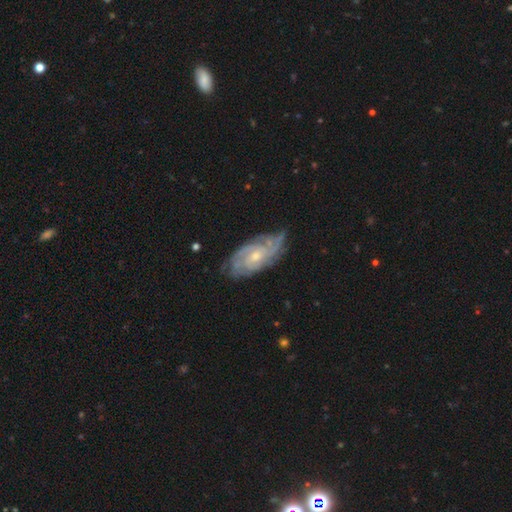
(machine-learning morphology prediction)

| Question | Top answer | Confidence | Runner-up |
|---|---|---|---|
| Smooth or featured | featured or disk | 86% | smooth (8%) |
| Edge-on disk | no | 94% | yes (6%) |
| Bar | no | 64% | weak (30%) |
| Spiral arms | yes | 97% | no (3%) |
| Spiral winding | tight | 66% | medium (29%) |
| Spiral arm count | can't tell | 29% | 3 (22%) |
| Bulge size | small | 55% | moderate (41%) |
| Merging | none | 74% | minor disturbance (20%) |